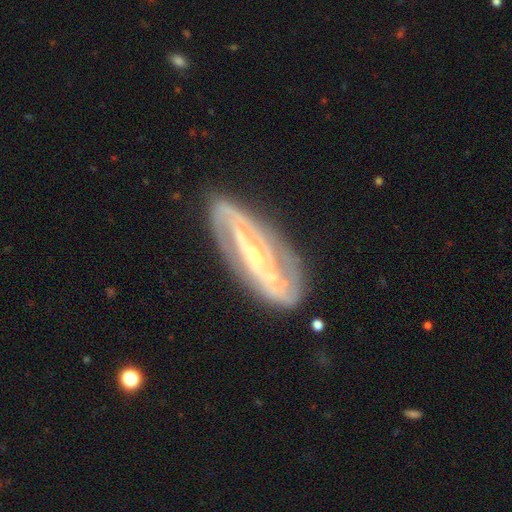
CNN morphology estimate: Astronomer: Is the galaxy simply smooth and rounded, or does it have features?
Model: featured or disk — 84%.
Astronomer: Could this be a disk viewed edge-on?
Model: no — 87%.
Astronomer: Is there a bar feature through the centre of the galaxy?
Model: strong — 42% (runner-up: weak, 31%).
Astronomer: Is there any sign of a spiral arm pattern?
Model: yes — 88%.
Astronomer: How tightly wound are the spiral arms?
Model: tight — 50% (runner-up: medium, 36%).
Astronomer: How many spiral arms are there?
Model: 2 — 62%.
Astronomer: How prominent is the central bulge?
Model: small — 61%.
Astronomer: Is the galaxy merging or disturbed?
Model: none — 81%.